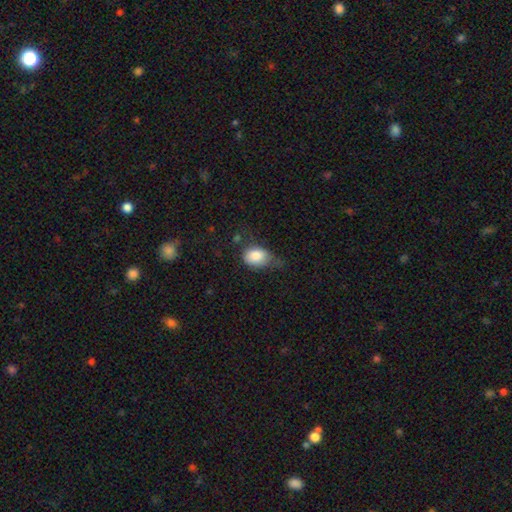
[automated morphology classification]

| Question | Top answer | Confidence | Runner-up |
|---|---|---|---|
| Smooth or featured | smooth | 83% | featured or disk (9%) |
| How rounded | in between | 66% | round (33%) |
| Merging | minor disturbance | 42% | none (35%) |